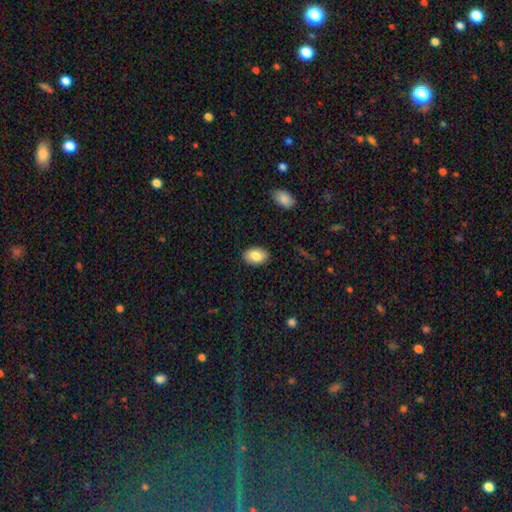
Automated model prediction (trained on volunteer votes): smooth-or-featured: smooth: 84% | featured or disk: 9% | star or artifact: 7%
  how-rounded: in between: 88% | round: 11% | cigar-shaped: 1%
  merging: none: 89% | minor disturbance: 8% | major disturbance: 2% | merger: 1%